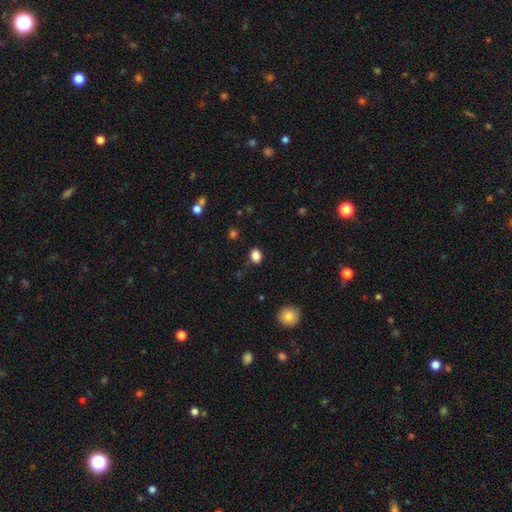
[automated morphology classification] Smooth or featured? Predicted: smooth (p=0.86). How rounded? Predicted: in between (p=0.55). Merging? Predicted: none (p=0.81).